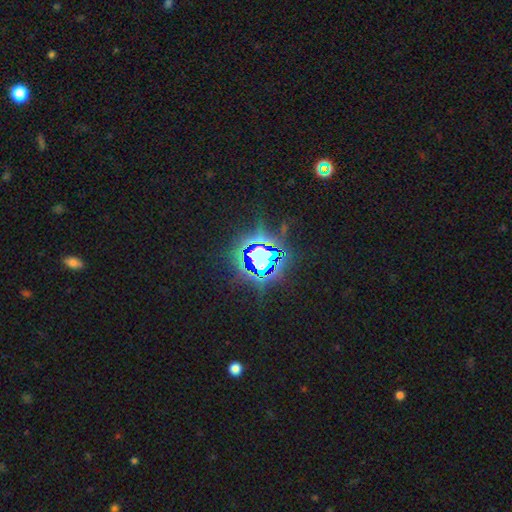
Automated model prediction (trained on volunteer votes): A star or artifact, not a galaxy (81%).

Vote fractions:
- Smooth or featured? star or artifact: 81% / smooth: 10% / featured or disk: 9%